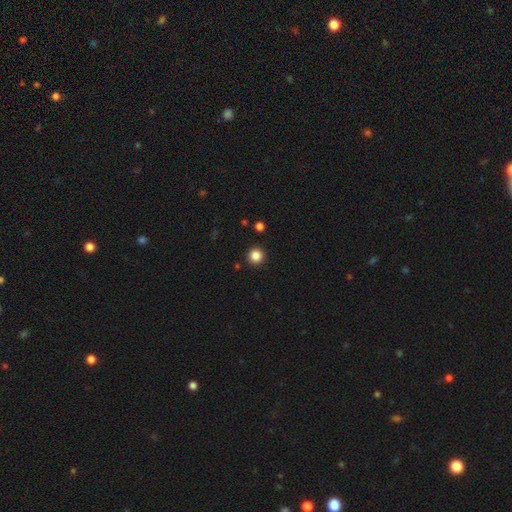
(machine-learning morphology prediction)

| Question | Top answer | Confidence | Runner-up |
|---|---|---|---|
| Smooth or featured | smooth | 86% | star or artifact (11%) |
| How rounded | round | 96% | in between (3%) |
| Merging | none | 92% | minor disturbance (4%) |